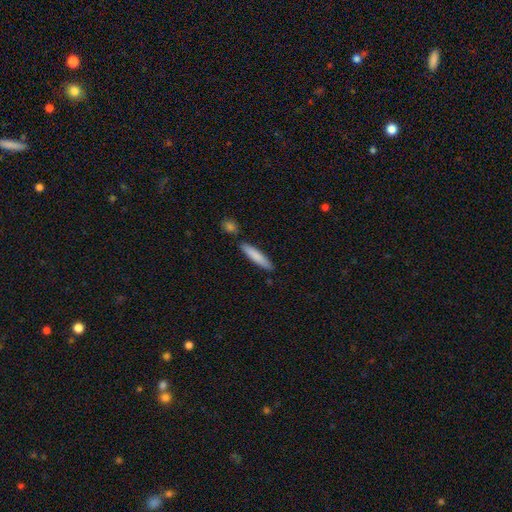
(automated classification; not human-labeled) Smooth or featured: smooth — 82% (featured or disk — 13%)
How rounded: cigar-shaped — 85% (in between — 13%)
Merging: none — 84% (minor disturbance — 10%)